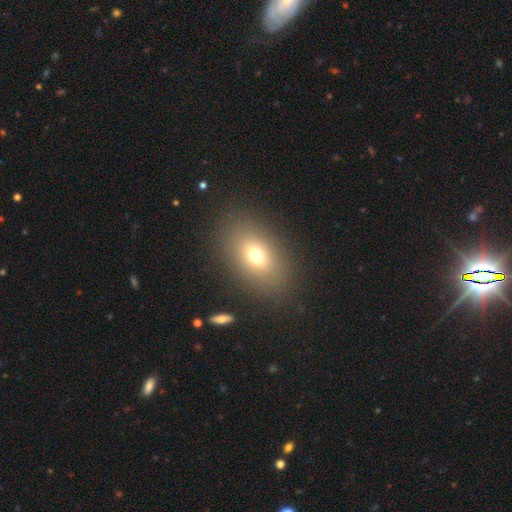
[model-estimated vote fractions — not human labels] A smooth galaxy with no disk features (70%) that is in between round and cigar-shaped (78%).

Vote fractions:
- Smooth or featured? smooth: 70% / featured or disk: 16% / star or artifact: 14%
- How rounded? in between: 78% / round: 20% / cigar-shaped: 2%
- Merging? none: 84% / minor disturbance: 9% / major disturbance: 5% / merger: 2%